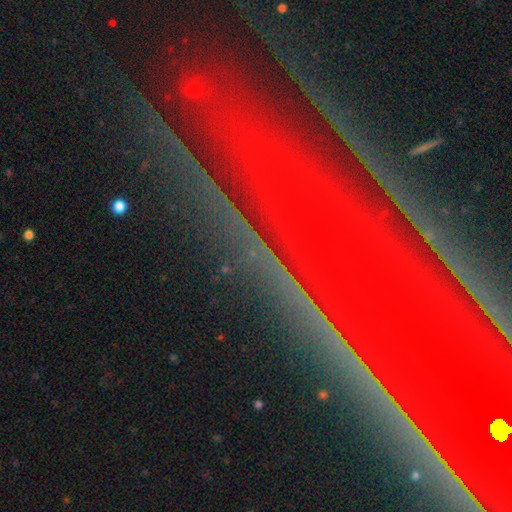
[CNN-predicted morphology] A star or artifact, not a galaxy (81%).